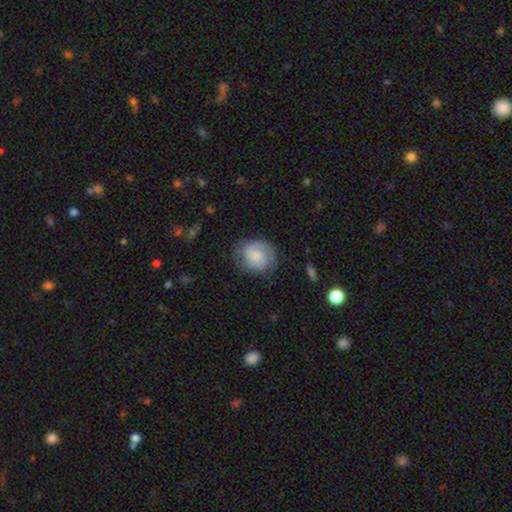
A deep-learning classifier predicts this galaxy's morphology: type=smooth (46%, tied with featured or disk); merging=none (73%).